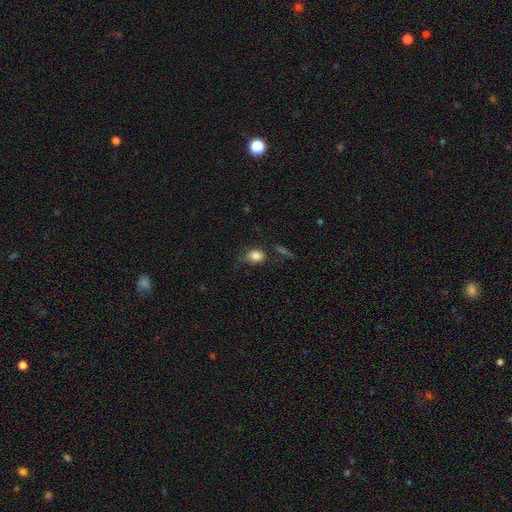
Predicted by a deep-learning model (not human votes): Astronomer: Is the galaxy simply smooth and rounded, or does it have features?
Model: smooth — 84%.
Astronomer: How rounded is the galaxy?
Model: in between — 56% (runner-up: round, 42%).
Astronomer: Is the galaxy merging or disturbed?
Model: none — 67%.